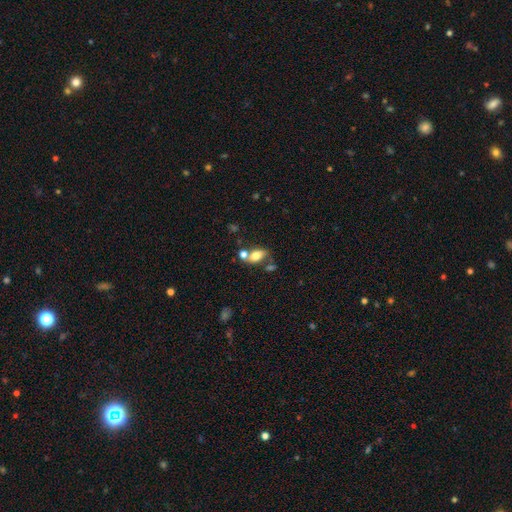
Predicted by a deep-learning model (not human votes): Smooth or featured? smooth (69%)
How rounded? in between (83%)
Merging? none (46%)